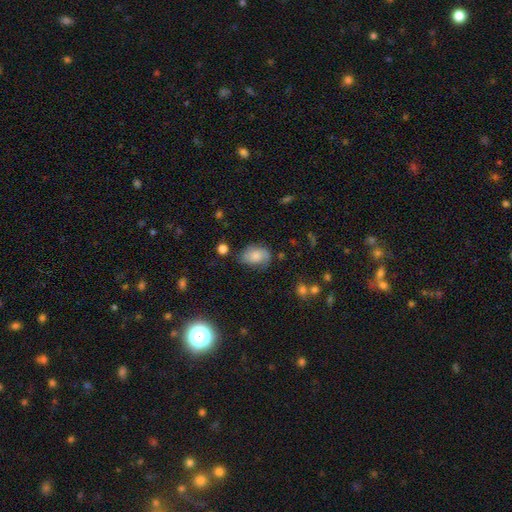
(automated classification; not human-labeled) This appears to be a smooth galaxy with no disk features (58%) that is in between round and cigar-shaped (81%). Merging: none (56%).